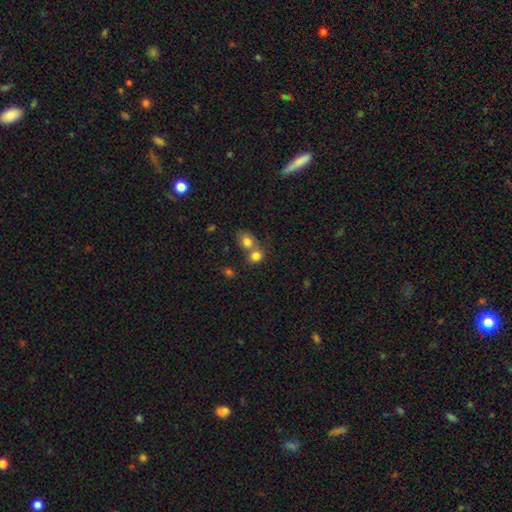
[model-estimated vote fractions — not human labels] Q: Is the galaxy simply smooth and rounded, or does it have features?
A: smooth — 79%.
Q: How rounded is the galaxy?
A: round — 62%.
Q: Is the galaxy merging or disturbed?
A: merger — 57%.